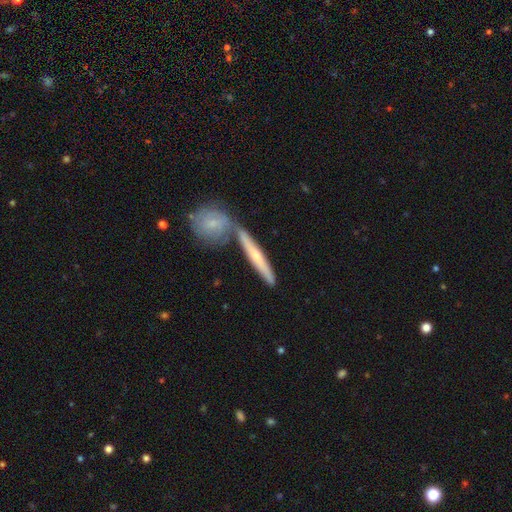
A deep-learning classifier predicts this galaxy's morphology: smooth_or_featured: featured or disk (p=0.48) [alt: smooth p=0.46]
merging: none (p=0.63) [alt: merger p=0.25]